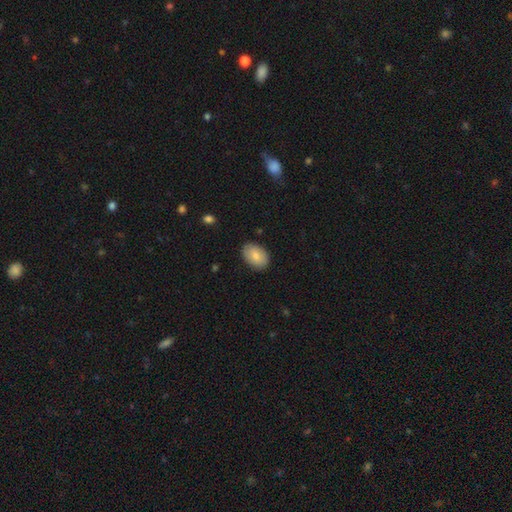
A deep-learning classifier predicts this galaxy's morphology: Smooth or featured? Predicted: smooth (p=0.83). How rounded? Predicted: in between (p=0.88). Merging? Predicted: none (p=0.87).